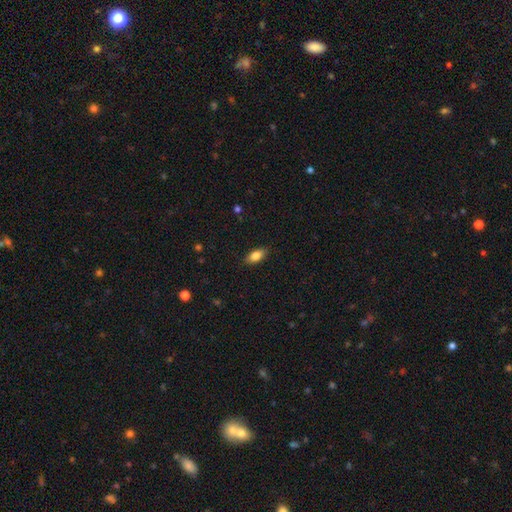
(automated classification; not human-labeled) Smooth or featured? smooth (83%)
How rounded? in between (87%)
Merging? none (86%)